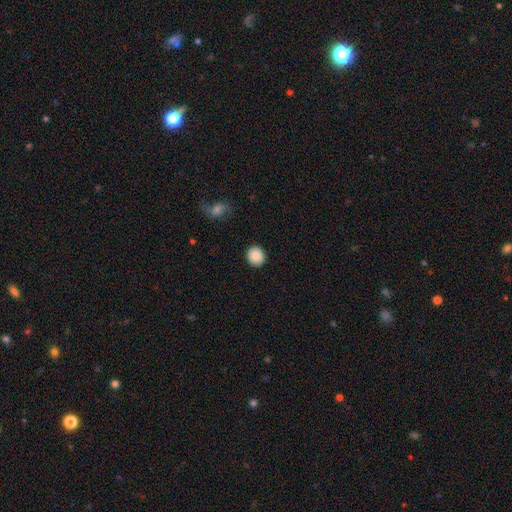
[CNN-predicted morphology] This is clearly a smooth galaxy (87%). How rounded: clearly round (83%). Merging: clearly none (90%).